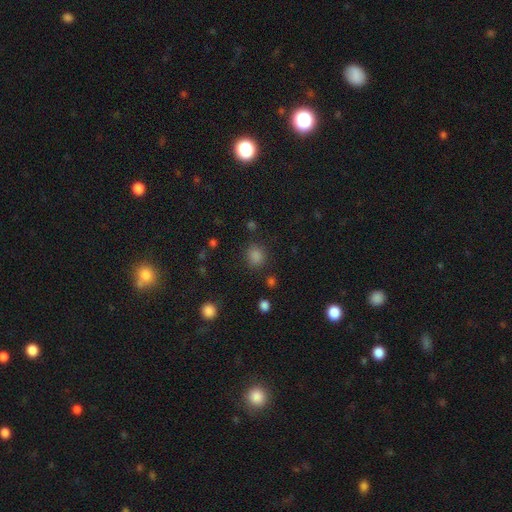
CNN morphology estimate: Smooth or featured?
  - smooth: 77% *
  - star or artifact: 19%
  - featured or disk: 4%
How rounded?
  - round: 78% *
  - in between: 21%
  - cigar-shaped: 1%
Merging?
  - none: 83% *
  - minor disturbance: 10%
  - major disturbance: 4%
  - merger: 3%